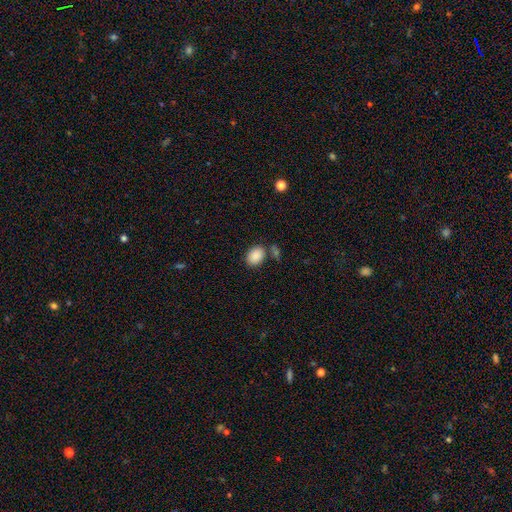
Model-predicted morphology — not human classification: smooth_or_featured: smooth (p=0.89) [alt: star or artifact p=0.07]
how_rounded: in between (p=0.78) [alt: round p=0.21]
merging: none (p=0.74) [alt: minor disturbance p=0.12]